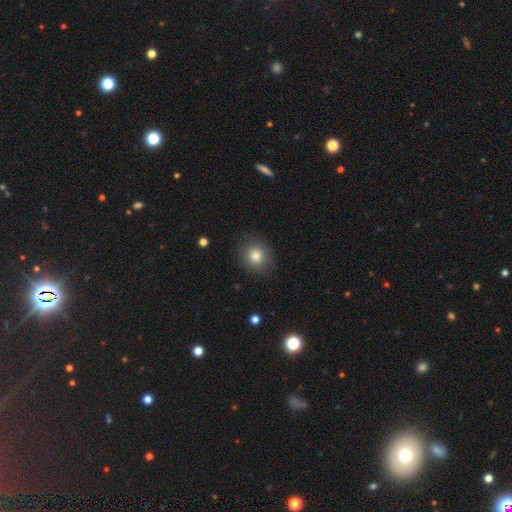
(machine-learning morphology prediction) Overall: smooth (82%). How rounded: round (83%). Merging: none (88%).